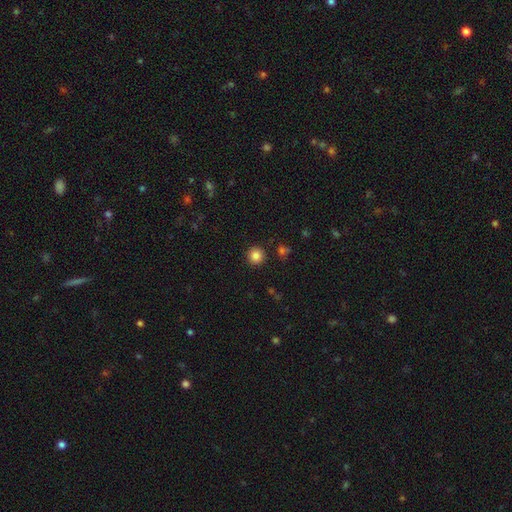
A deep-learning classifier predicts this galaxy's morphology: Smooth or featured: smooth — 85% (star or artifact — 11%)
How rounded: round — 95% (in between — 4%)
Merging: none — 91% (minor disturbance — 5%)